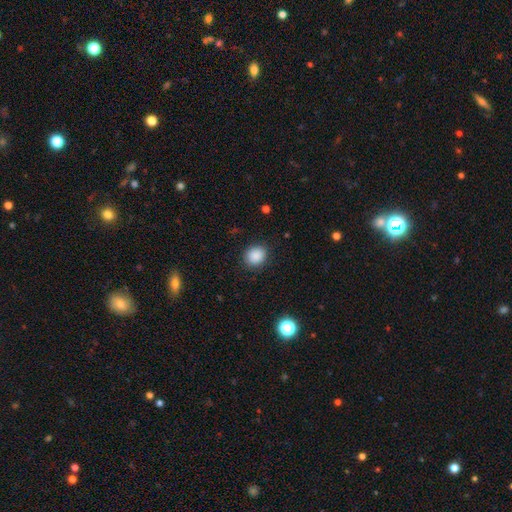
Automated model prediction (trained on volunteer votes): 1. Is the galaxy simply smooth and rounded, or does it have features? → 88% smooth, 9% star or artifact, 3% featured or disk.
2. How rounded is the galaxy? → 68% round, 31% in between, 1% cigar-shaped.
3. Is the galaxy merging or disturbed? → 87% none, 9% minor disturbance, 3% major disturbance, 1% merger.